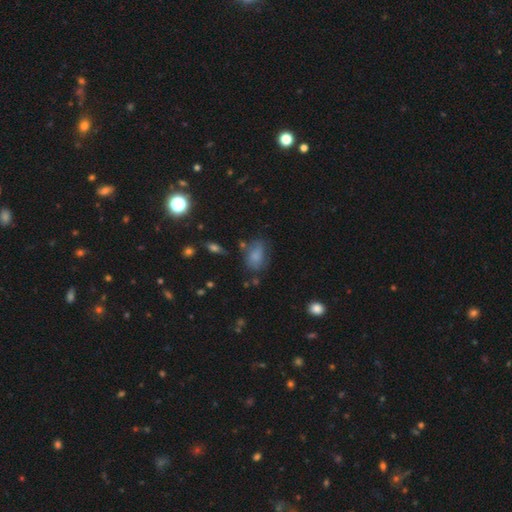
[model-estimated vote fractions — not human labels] Overall: smooth (70%). How rounded: in between (72%). Merging: none (52%; minor disturbance 27%).